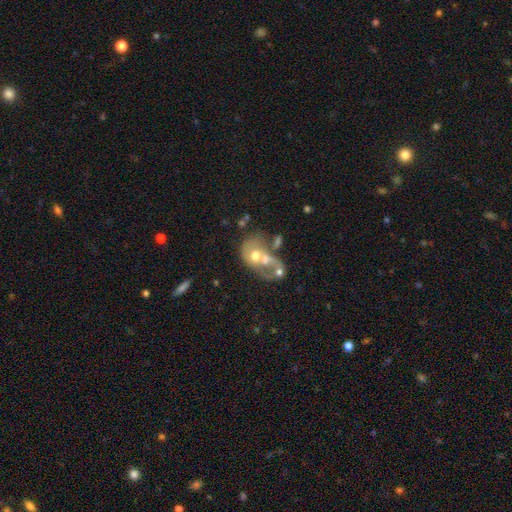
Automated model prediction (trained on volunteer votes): This appears to be a featured or disk galaxy (55%) with no bar (85%), no spiral arms (75%) and a moderate central bulge (59%). Merging: merger (62%).